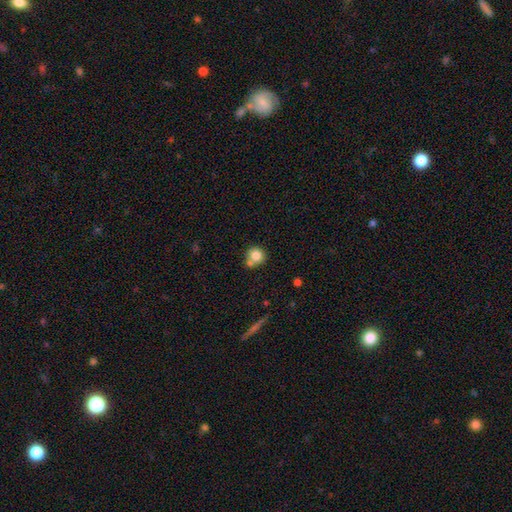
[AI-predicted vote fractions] smooth 81%, star or artifact 10%, featured or disk 9%. Down the decision tree: how rounded — round (88%); merging — none (55%).